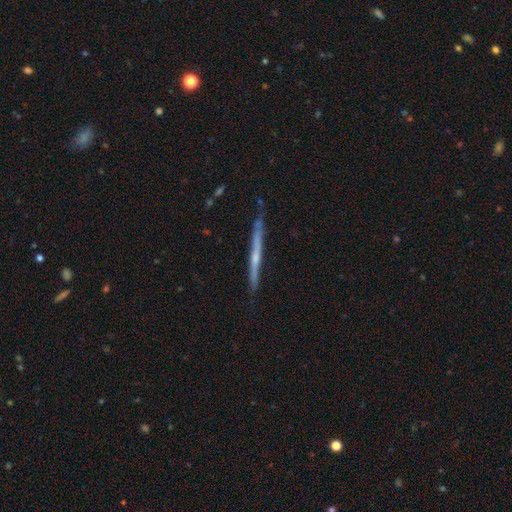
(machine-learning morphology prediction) The model was most divided on "edge-on bulge": none: 51%, rounded: 43%, boxy: 6%. More confident: edge-on disk — yes (97%); merging — none (84%); smooth or featured — featured or disk (69%).